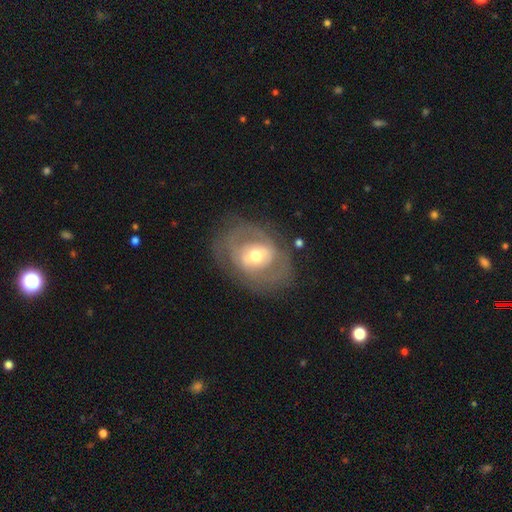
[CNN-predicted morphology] smooth-or-featured: featured or disk: 71% | smooth: 22% | star or artifact: 6%
  disk-edge-on: no: 95% | yes: 5%
    bar: weak: 42% | no: 31% | strong: 27%
    has-spiral-arms: yes: 57% | no: 43%
    bulge-size: moderate: 70% | small: 16% | large: 12% | dominant: 1% | none: 1%
  merging: none: 70% | minor disturbance: 17% | major disturbance: 11% | merger: 2%